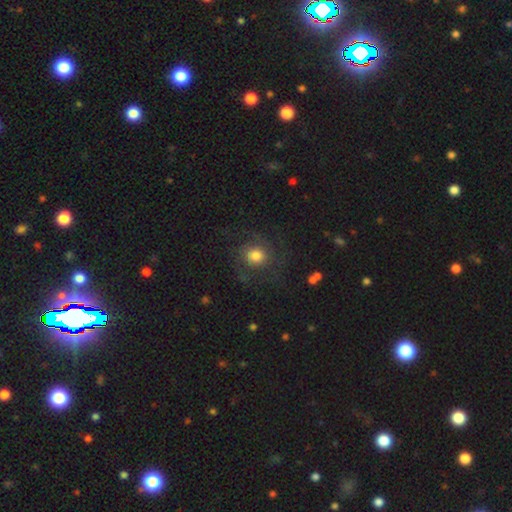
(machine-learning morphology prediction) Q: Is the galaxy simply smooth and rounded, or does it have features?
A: featured or disk — 48%.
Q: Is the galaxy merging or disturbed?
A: none — 69%.